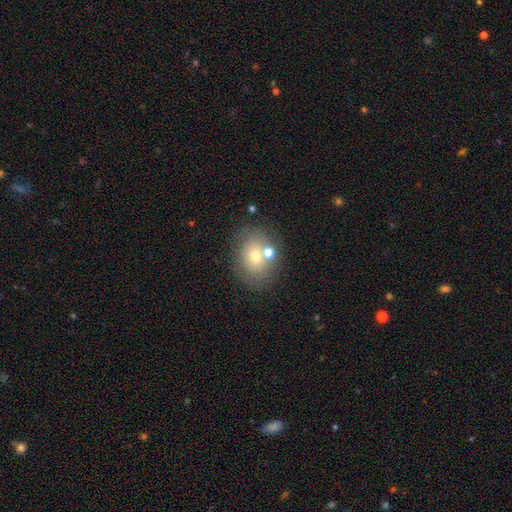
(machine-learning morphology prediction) Overall: smooth (65%). How rounded: round (54%; in between 45%). Merging: none (63%).